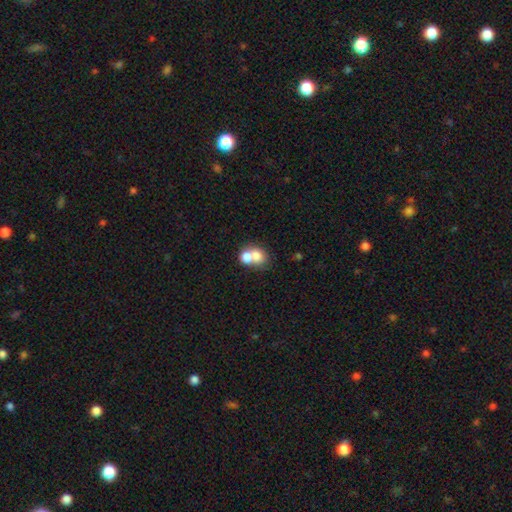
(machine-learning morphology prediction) Overall: smooth (72%). How rounded: round (56%; in between 43%). Merging: merger (68%).